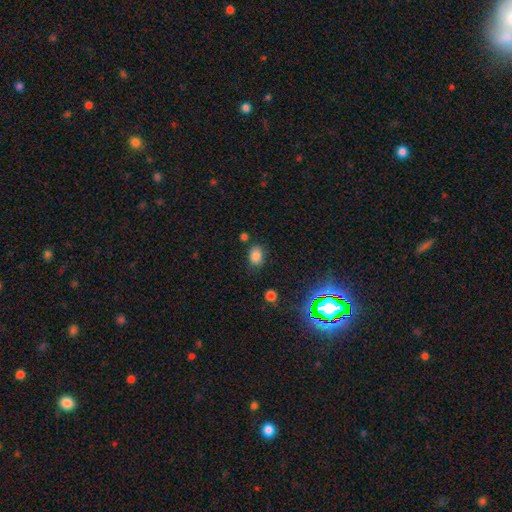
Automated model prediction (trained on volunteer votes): This appears to be a smooth galaxy with no disk features (81%) that is in between round and cigar-shaped (73%). Merging: none (75%).